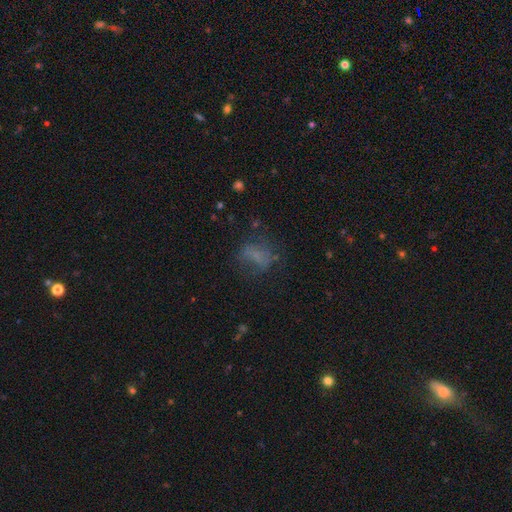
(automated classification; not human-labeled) This appears to be a smooth galaxy with no disk features (54%) that is in between round and cigar-shaped (63%). Merging: none (52%).